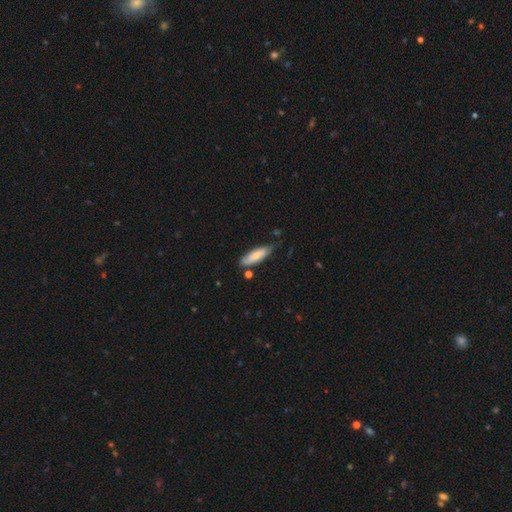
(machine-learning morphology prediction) Smooth or featured?
  - smooth: 74% *
  - featured or disk: 20%
  - star or artifact: 6%
How rounded?
  - cigar-shaped: 50% *
  - in between: 49%
  - round: 2%
Merging?
  - none: 64% *
  - minor disturbance: 27%
  - major disturbance: 5%
  - merger: 5%